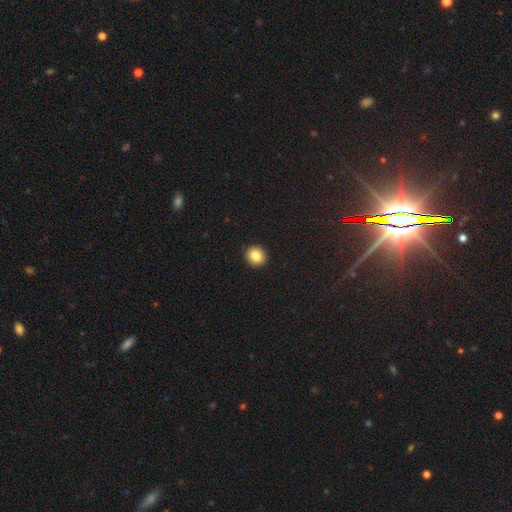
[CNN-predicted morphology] This appears to be a smooth galaxy with no disk features (85%) that is round (90%). Merging: none (93%).